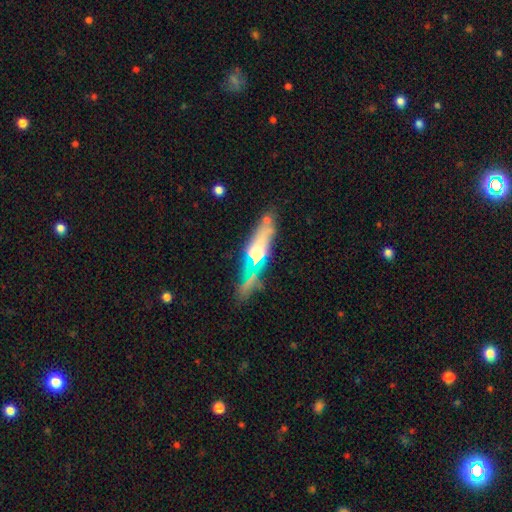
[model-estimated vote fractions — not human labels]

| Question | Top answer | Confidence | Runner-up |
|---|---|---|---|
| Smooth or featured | featured or disk | 46% | smooth (41%) |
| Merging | none | 62% | minor disturbance (18%) |